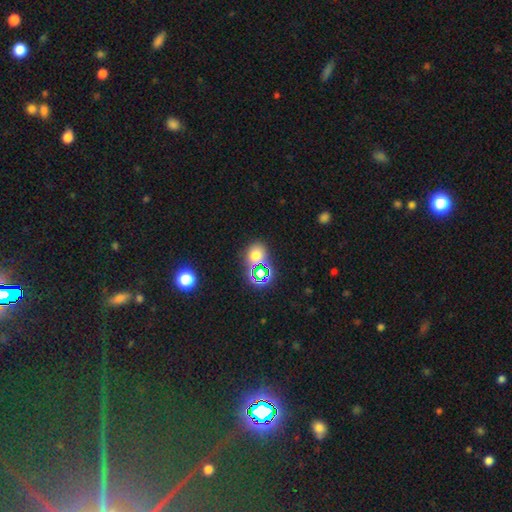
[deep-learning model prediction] Q: Smooth or featured?
A: smooth (60%); runner-up: star or artifact (31%)
Q: How rounded?
A: round (60%); runner-up: in between (39%)
Q: Merging?
A: none (69%); runner-up: merger (14%)